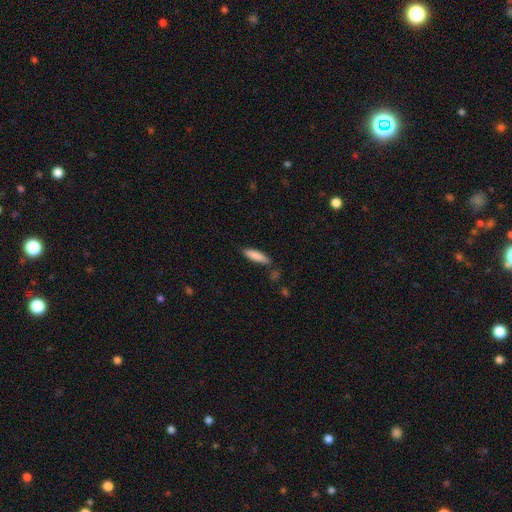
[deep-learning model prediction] smooth-or-featured: smooth: 84% | featured or disk: 9% | star or artifact: 6%
  how-rounded: cigar-shaped: 70% | in between: 28% | round: 1%
  merging: none: 80% | minor disturbance: 14% | merger: 4% | major disturbance: 3%